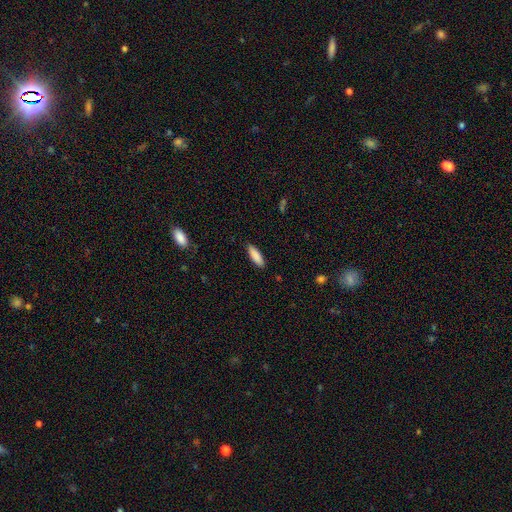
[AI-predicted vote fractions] This is clearly a smooth galaxy (88%). How rounded: possibly in between (51%). Merging: clearly none (89%).